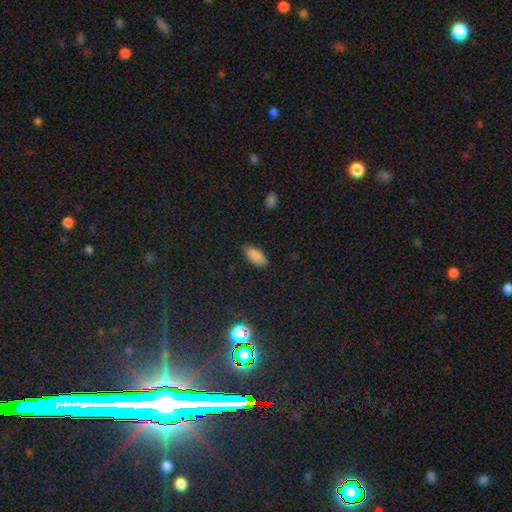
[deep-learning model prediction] Q: Smooth or featured?
A: smooth (86%); runner-up: star or artifact (9%)
Q: How rounded?
A: in between (88%); runner-up: cigar-shaped (10%)
Q: Merging?
A: none (82%); runner-up: minor disturbance (14%)